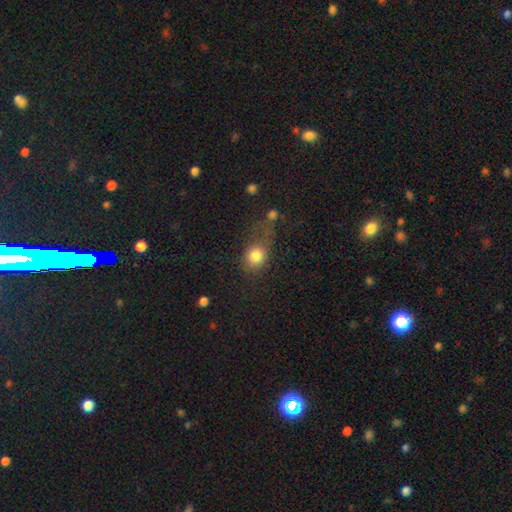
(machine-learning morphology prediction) This is clearly a smooth galaxy (82%). How rounded: likely round (61%). Merging: marginally none (41%).